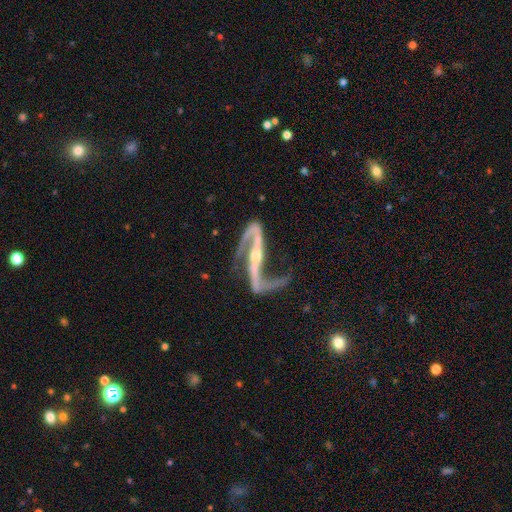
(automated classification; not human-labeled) smooth_or_featured: featured or disk (p=0.93) [alt: star or artifact p=0.04]
disk_edge_on: no (p=0.89) [alt: yes p=0.11]
bar: strong (p=0.66) [alt: weak p=0.18]
has_spiral_arms: yes (p=0.97) [alt: no p=0.03]
spiral_winding: loose (p=0.66) [alt: medium p=0.26]
spiral_arm_count: 2 (p=0.93) [alt: 1 p=0.03]
bulge_size: small (p=0.53) [alt: moderate p=0.40]
merging: none (p=0.62) [alt: minor disturbance p=0.17]